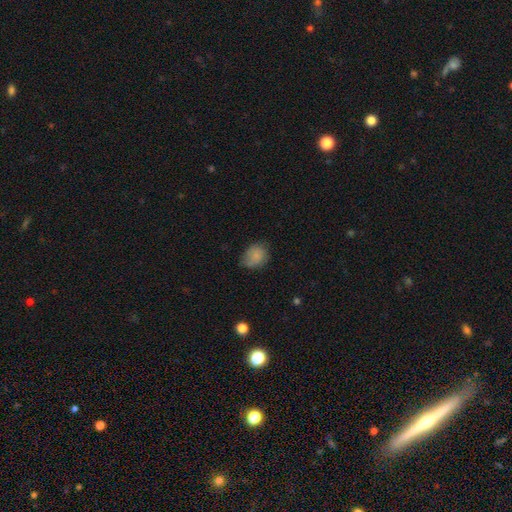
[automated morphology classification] A smooth galaxy with no disk features (81%) that is round (55%).

Vote fractions:
- Smooth or featured? smooth: 81% / featured or disk: 10% / star or artifact: 9%
- How rounded? round: 55% / in between: 44% / cigar-shaped: 1%
- Merging? none: 61% / minor disturbance: 29% / major disturbance: 8% / merger: 2%